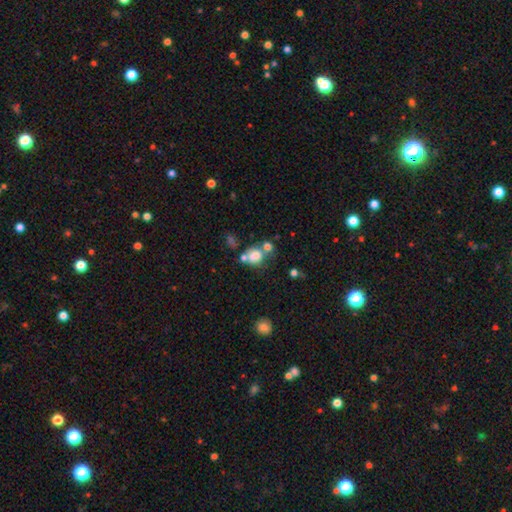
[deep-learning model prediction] Smooth or featured: smooth — 71% (featured or disk — 15%)
How rounded: round — 67% (in between — 32%)
Merging: merger — 42% (none — 36%)